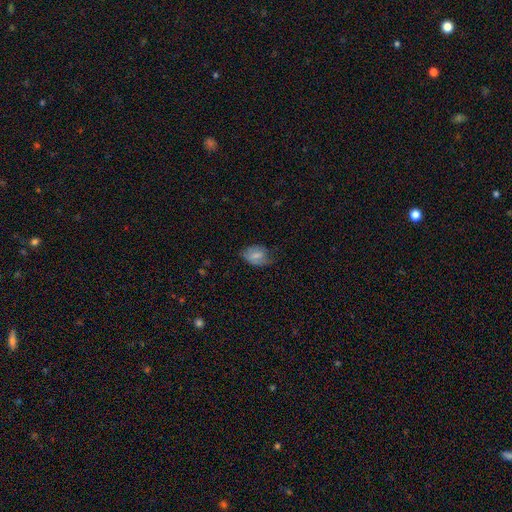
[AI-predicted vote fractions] This is likely a smooth galaxy (68%). How rounded: likely in between (76%). Merging: possibly none (52%).